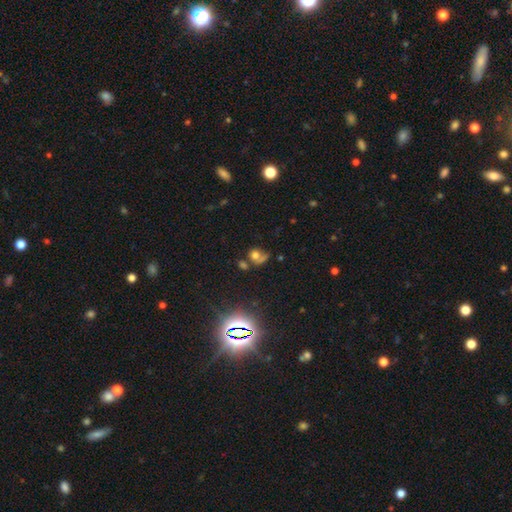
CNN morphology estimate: type=smooth (58%); roundness=round (63%); merging=merger (34%).